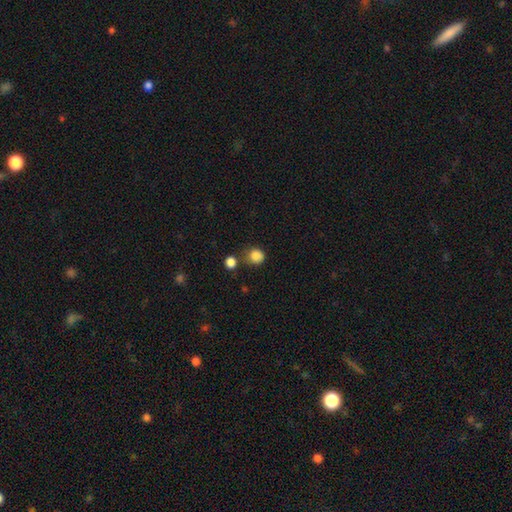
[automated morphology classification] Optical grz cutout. It shows a smooth galaxy with no disk features (85%) that is round (81%). Merging: none (63%).